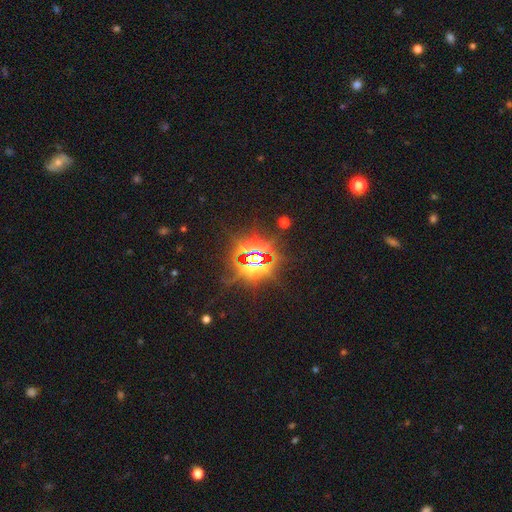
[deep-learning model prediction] A star or artifact, not a galaxy (83%).

Vote fractions:
- Smooth or featured? star or artifact: 83% / featured or disk: 9% / smooth: 8%